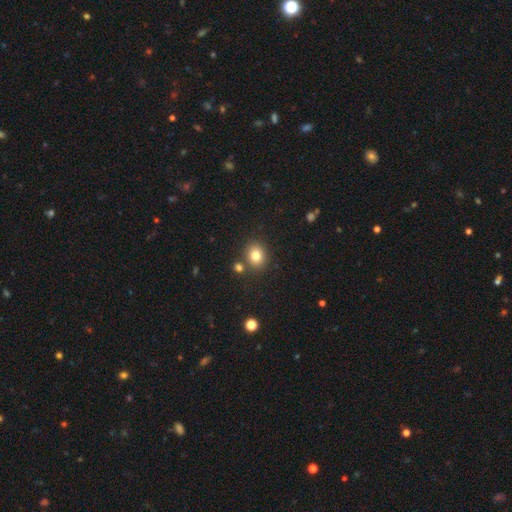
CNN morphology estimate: A smooth galaxy with no disk features (81%) that is round (66%). Merging: none (81%).